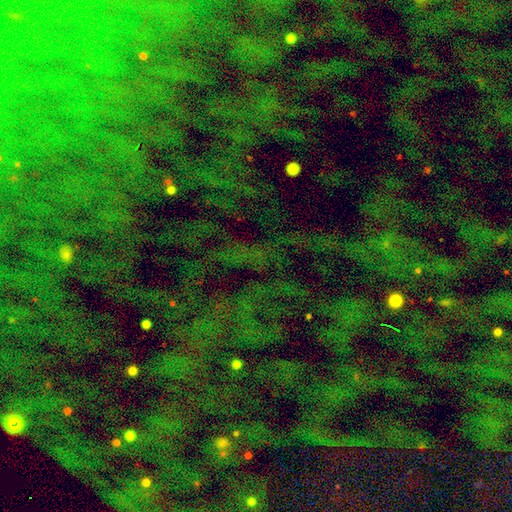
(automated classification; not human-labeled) smooth-or-featured: star or artifact: 75% | smooth: 16% | featured or disk: 9%